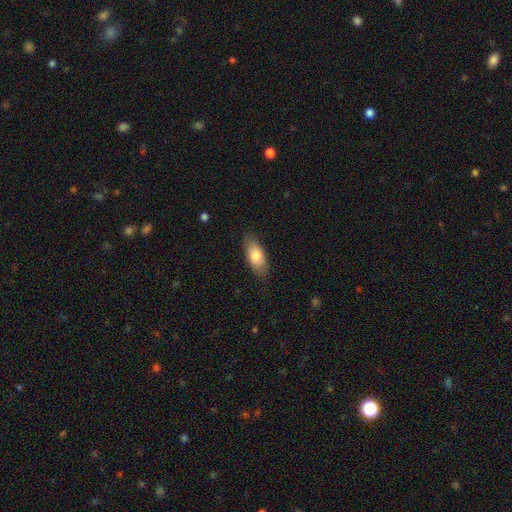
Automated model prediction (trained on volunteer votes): Smooth or featured?
  - smooth: 79% *
  - featured or disk: 15%
  - star or artifact: 6%
How rounded?
  - in between: 85% *
  - cigar-shaped: 12%
  - round: 3%
Merging?
  - none: 82% *
  - minor disturbance: 14%
  - major disturbance: 3%
  - merger: 1%